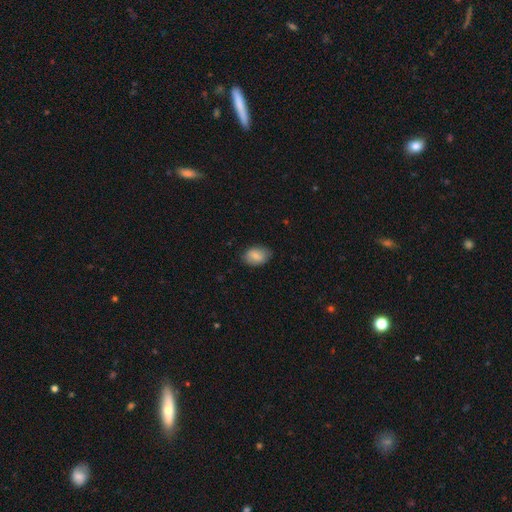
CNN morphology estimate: This is likely a smooth galaxy (78%). How rounded: clearly in between (81%). Merging: likely none (78%).